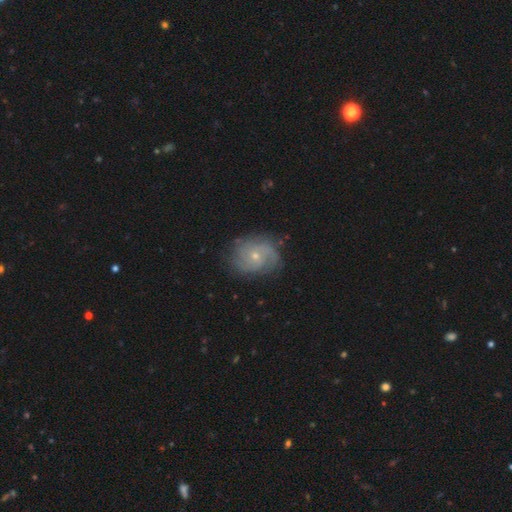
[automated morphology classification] Smooth or featured?
  - featured or disk: 74% *
  - smooth: 19%
  - star or artifact: 8%
Edge-on disk?
  - no: 97% *
  - yes: 3%
Bar?
  - no: 76% *
  - weak: 21%
  - strong: 3%
Spiral arms?
  - yes: 91% *
  - no: 9%
Spiral winding?
  - tight: 51% *
  - medium: 36%
  - loose: 13%
Spiral arm count?
  - 2: 40% *
  - can't tell: 30%
  - 3: 15%
  - 1: 6%
  - 4: 5%
  - more than 4: 4%
Bulge size?
  - small: 68% *
  - moderate: 29%
  - none: 1%
  - large: 1%
  - dominant: 1%
Merging?
  - none: 75% *
  - minor disturbance: 17%
  - major disturbance: 6%
  - merger: 1%